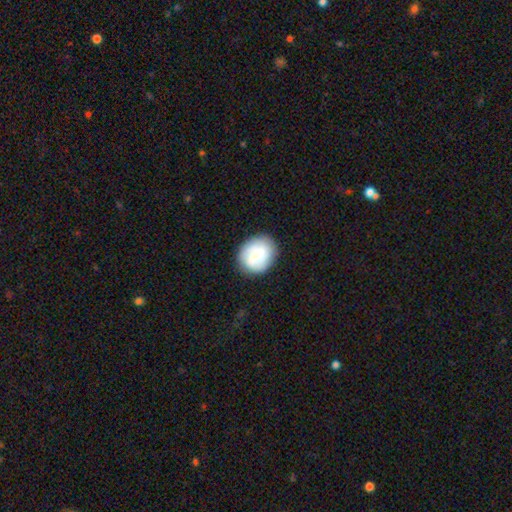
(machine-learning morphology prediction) Smooth or featured? featured or disk (47%)
Merging? none (82%)